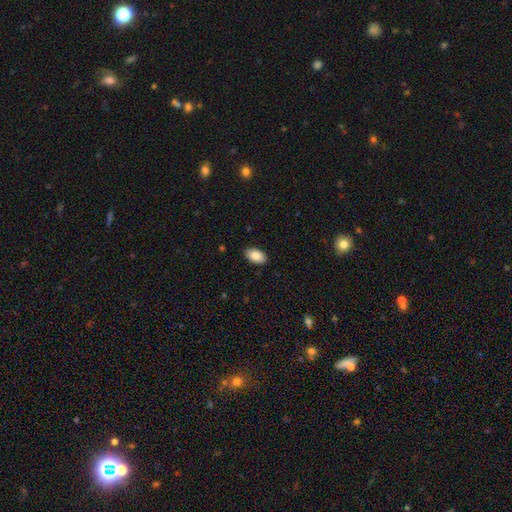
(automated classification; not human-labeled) This appears to be a smooth galaxy with no disk features (87%) that is in between round and cigar-shaped (94%). Merging: none (89%).